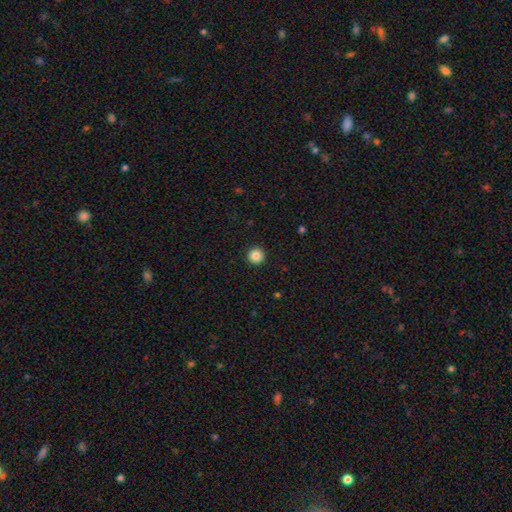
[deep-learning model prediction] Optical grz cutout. It shows a smooth galaxy with no disk features (85%) that is round (96%). Merging: none (94%).